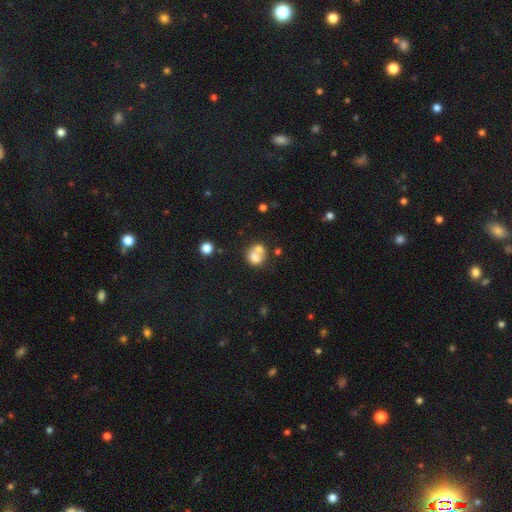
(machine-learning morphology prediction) A smooth galaxy with no disk features (70%) that is round (73%).

Vote fractions:
- Smooth or featured? smooth: 70% / featured or disk: 19% / star or artifact: 11%
- How rounded? round: 73% / in between: 26% / cigar-shaped: 1%
- Merging? merger: 60% / none: 28% / minor disturbance: 7% / major disturbance: 4%